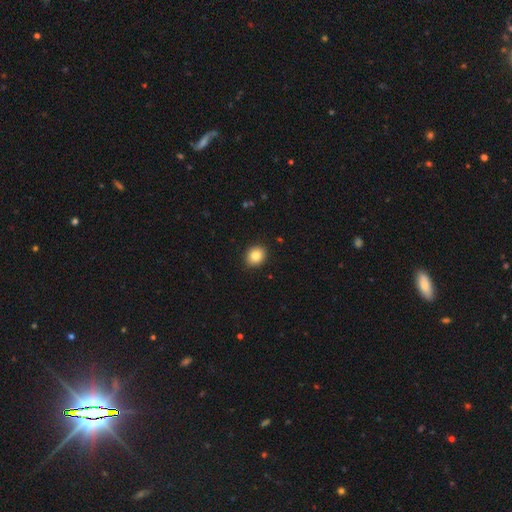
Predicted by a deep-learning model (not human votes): Overall: smooth (84%). How rounded: round (66%; in between 33%). Merging: none (91%).